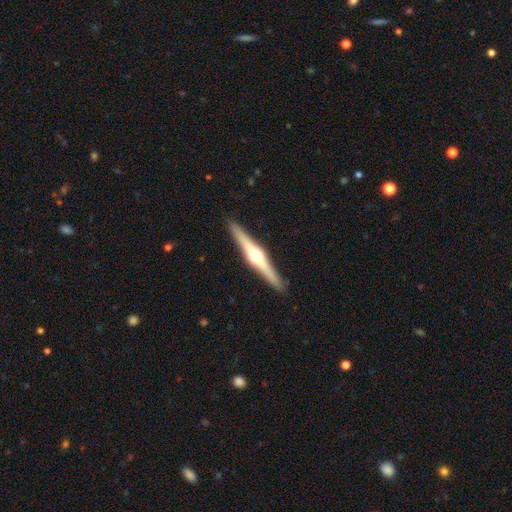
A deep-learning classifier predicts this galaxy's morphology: Q: Smooth or featured?
A: featured or disk (78%); runner-up: smooth (17%)
Q: Edge-on disk?
A: yes (98%); runner-up: no (2%)
Q: Edge-on bulge?
A: rounded (93%); runner-up: boxy (4%)
Q: Merging?
A: none (92%); runner-up: minor disturbance (6%)